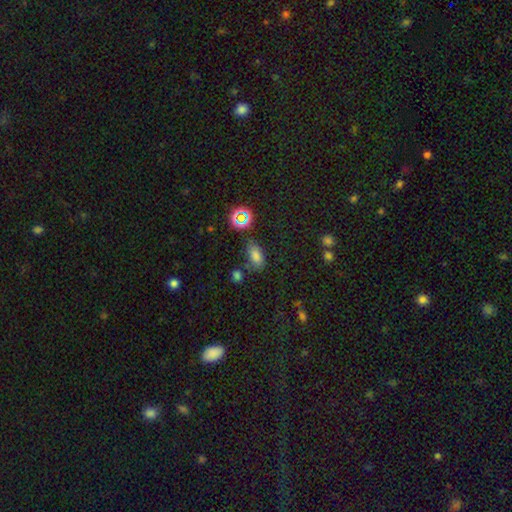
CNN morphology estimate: Q: Smooth or featured?
A: smooth (70%); runner-up: star or artifact (23%)
Q: How rounded?
A: in between (87%); runner-up: round (9%)
Q: Merging?
A: none (64%); runner-up: minor disturbance (20%)